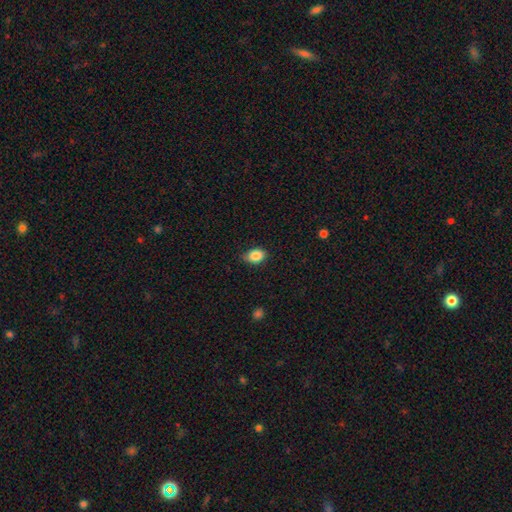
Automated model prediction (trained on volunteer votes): This appears to be a smooth galaxy with no disk features (87%) that is in between round and cigar-shaped (71%). Merging: none (76%).